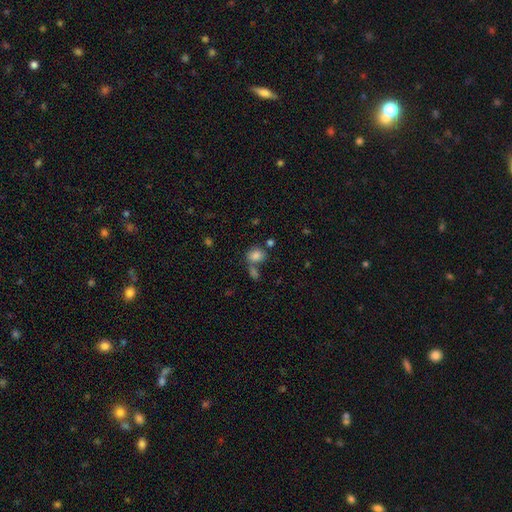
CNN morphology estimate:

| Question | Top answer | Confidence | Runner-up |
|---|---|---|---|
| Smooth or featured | smooth | 82% | star or artifact (11%) |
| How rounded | round | 50% | in between (49%) |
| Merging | none | 52% | merger (30%) |